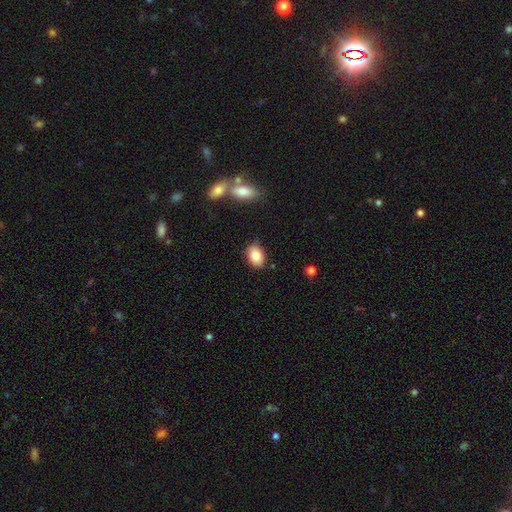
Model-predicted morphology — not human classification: The model was most divided on "merging": none: 79%, minor disturbance: 15%, merger: 3%, major disturbance: 3%. More confident: smooth or featured — smooth (83%); how rounded — in between (83%).